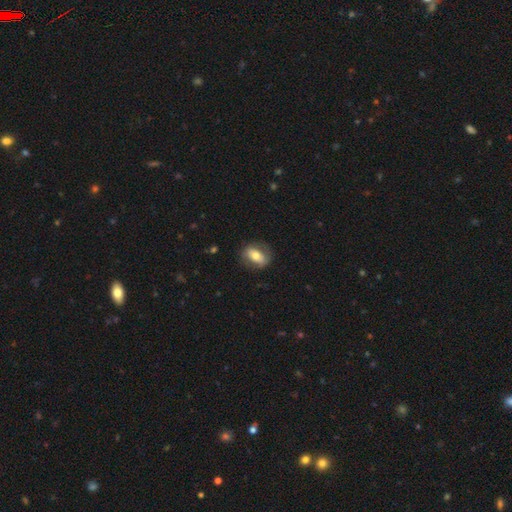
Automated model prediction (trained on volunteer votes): Smooth or featured?
  - smooth: 60% *
  - featured or disk: 33%
  - star or artifact: 7%
How rounded?
  - in between: 78% *
  - round: 18%
  - cigar-shaped: 4%
Merging?
  - none: 76% *
  - minor disturbance: 16%
  - major disturbance: 7%
  - merger: 1%